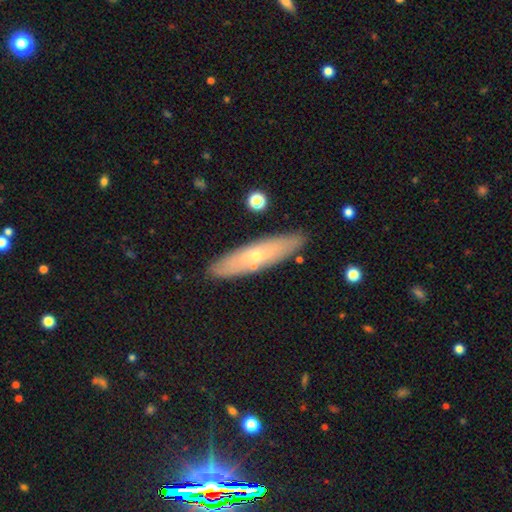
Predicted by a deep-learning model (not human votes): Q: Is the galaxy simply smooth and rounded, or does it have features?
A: featured or disk — 47%.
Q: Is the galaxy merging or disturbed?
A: none — 84%.